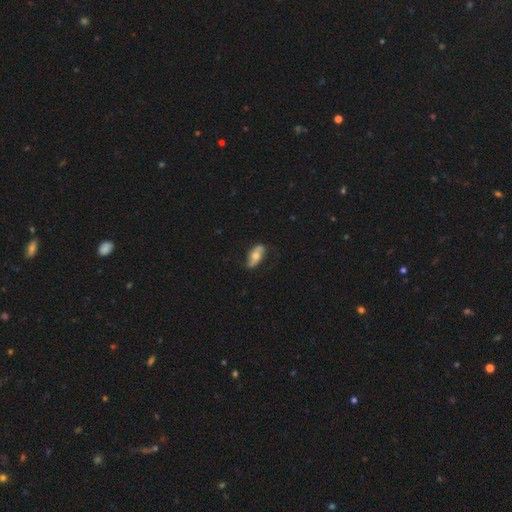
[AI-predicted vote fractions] A featured or disk galaxy (57%). Merging: none (76%).